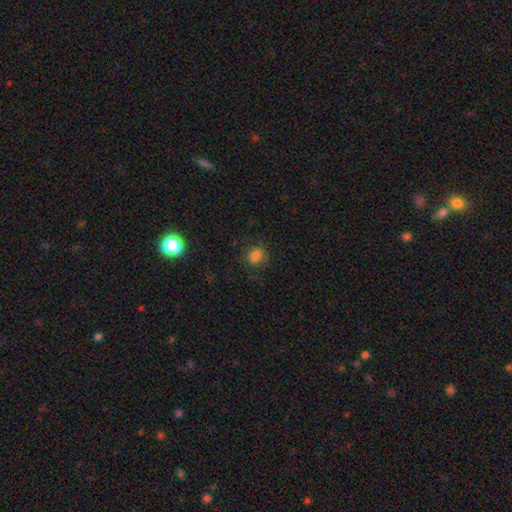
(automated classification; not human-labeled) Overall: smooth (80%). How rounded: round (50%; in between 49%). Merging: none (76%).